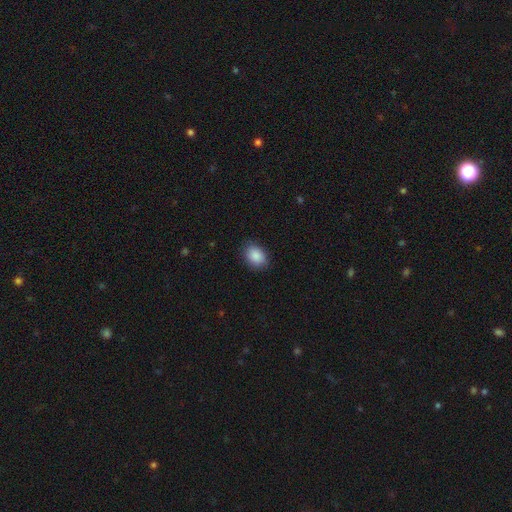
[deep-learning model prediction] This is clearly a smooth galaxy (89%). How rounded: likely in between (76%). Merging: clearly none (84%).